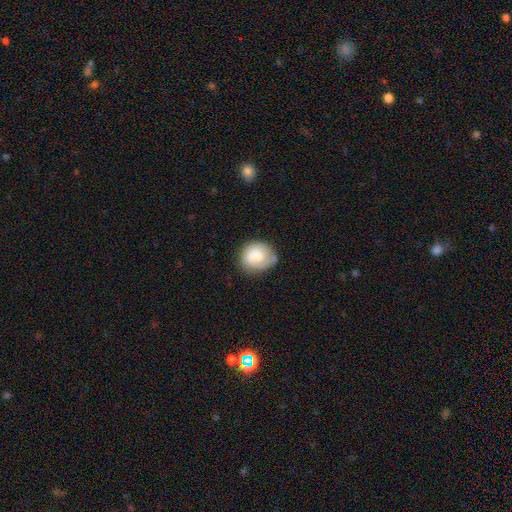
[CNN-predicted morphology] This appears to be a smooth galaxy with no disk features (64%) that is round (73%). Merging: none (65%).